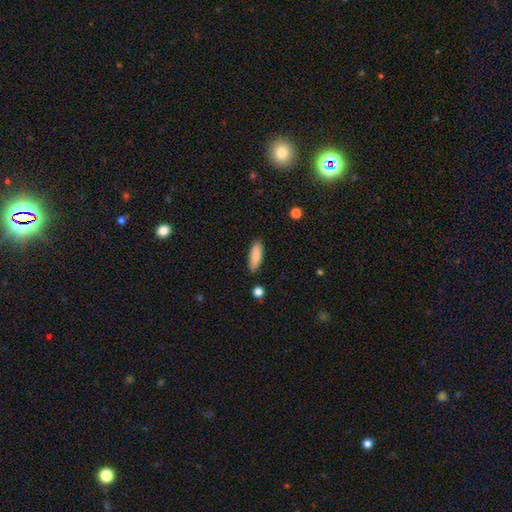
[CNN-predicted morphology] Smooth or featured?
  - smooth: 85% *
  - featured or disk: 9%
  - star or artifact: 6%
How rounded?
  - in between: 54% *
  - cigar-shaped: 44%
  - round: 2%
Merging?
  - none: 85% *
  - minor disturbance: 11%
  - major disturbance: 2%
  - merger: 2%